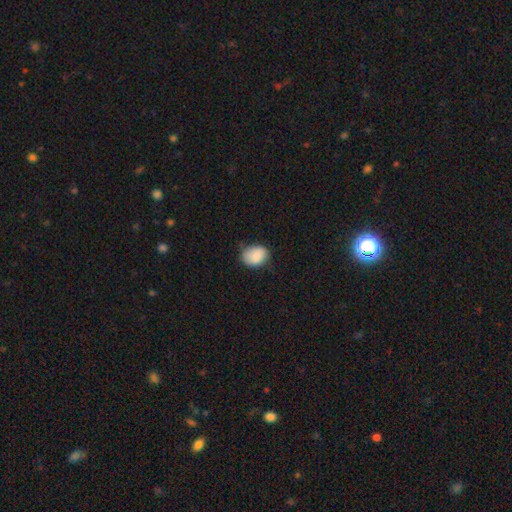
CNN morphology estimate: This is clearly a smooth galaxy (87%). How rounded: likely in between (69%). Merging: likely none (67%).